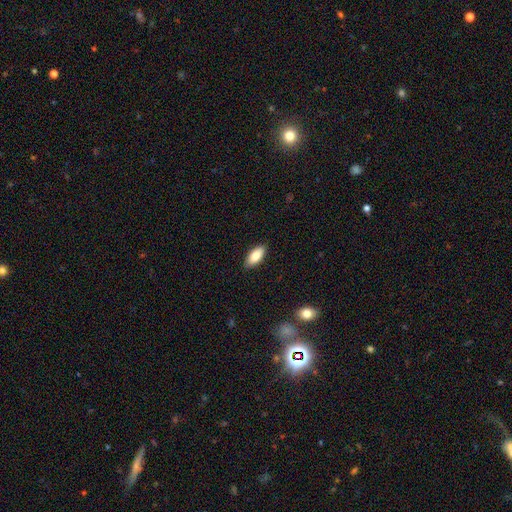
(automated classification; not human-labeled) Morphology: type=smooth (82%); roundness=in between (87%); merging=none (88%).